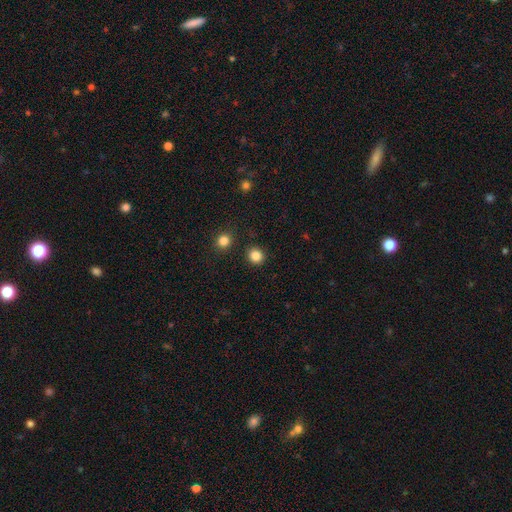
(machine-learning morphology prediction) The model was most divided on "smooth or featured": smooth: 84%, star or artifact: 12%, featured or disk: 4%. More confident: merging — none (90%); how rounded — round (90%).